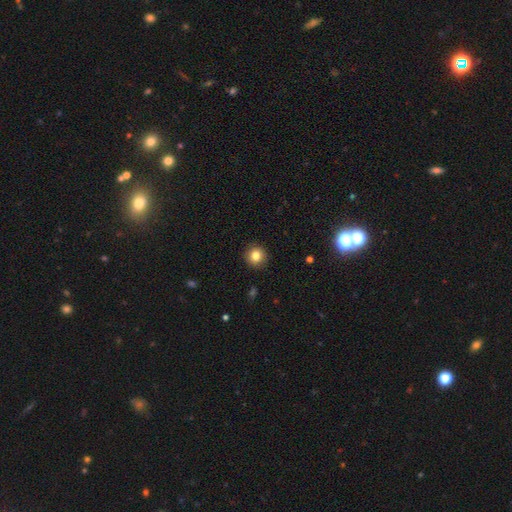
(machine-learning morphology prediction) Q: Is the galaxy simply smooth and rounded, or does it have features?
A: smooth — 83%.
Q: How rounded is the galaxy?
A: round — 92%.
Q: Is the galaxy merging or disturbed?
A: none — 92%.